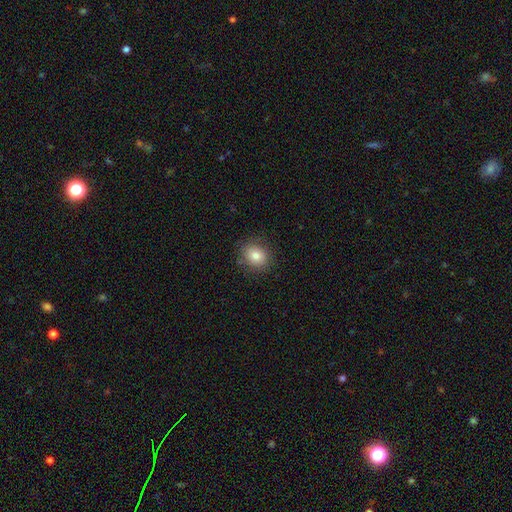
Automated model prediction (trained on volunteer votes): smooth-or-featured: smooth: 81% | star or artifact: 11% | featured or disk: 9%
  how-rounded: round: 70% | in between: 29% | cigar-shaped: 1%
  merging: none: 86% | minor disturbance: 10% | major disturbance: 3% | merger: 1%